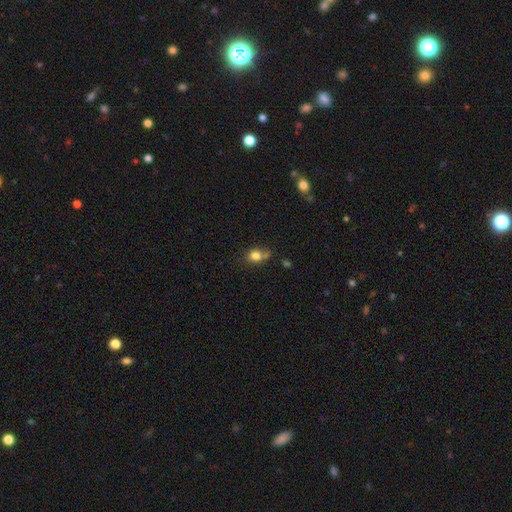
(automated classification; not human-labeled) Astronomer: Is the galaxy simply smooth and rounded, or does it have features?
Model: smooth — 79%.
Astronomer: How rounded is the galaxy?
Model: round — 62%.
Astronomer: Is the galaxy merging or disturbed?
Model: none — 52%.